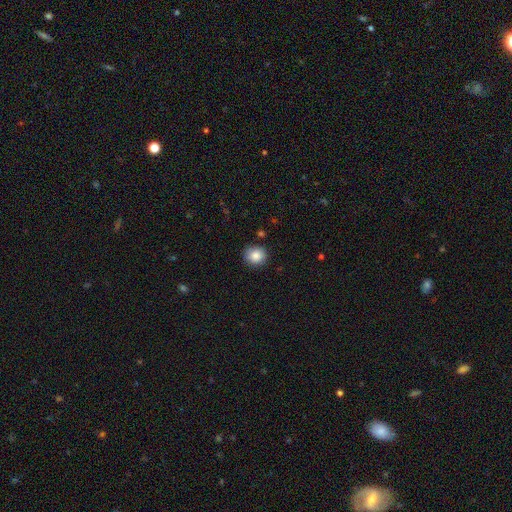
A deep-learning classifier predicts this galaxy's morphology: Overall: smooth (86%). How rounded: round (85%). Merging: none (86%).